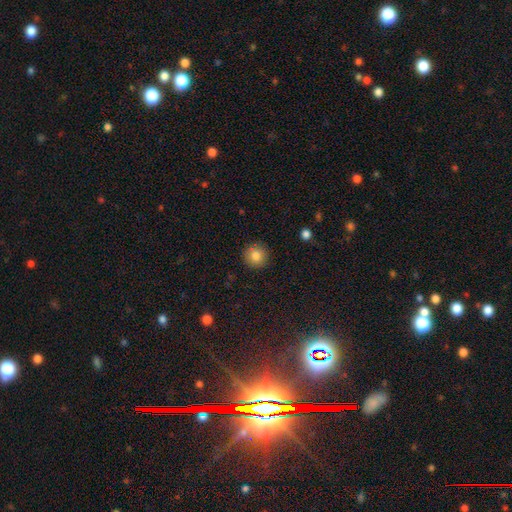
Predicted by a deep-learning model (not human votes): Smooth or featured: smooth — 82% (star or artifact — 10%)
How rounded: round — 94% (in between — 5%)
Merging: none — 91% (minor disturbance — 6%)